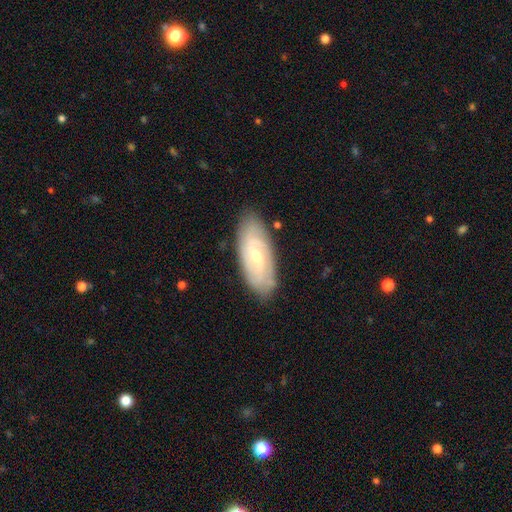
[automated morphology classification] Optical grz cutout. It shows a featured or disk galaxy (77%) with a weak bar (49%), 2 (48%) tight (55%) spiral arms (92%) and a small central bulge (57%). Merging: none (83%).